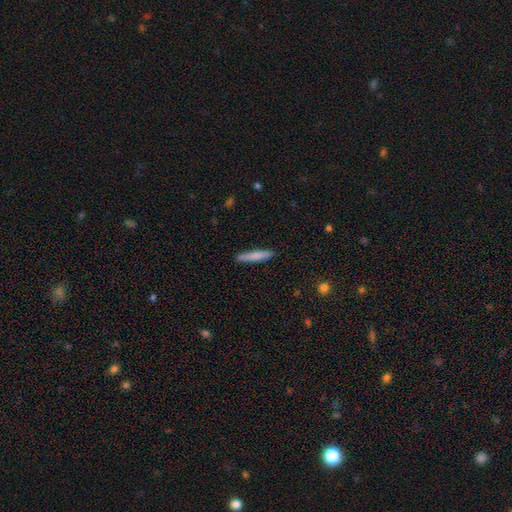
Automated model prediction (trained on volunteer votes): A smooth galaxy with no disk features (77%) that is cigar-shaped (92%). Merging: none (88%).